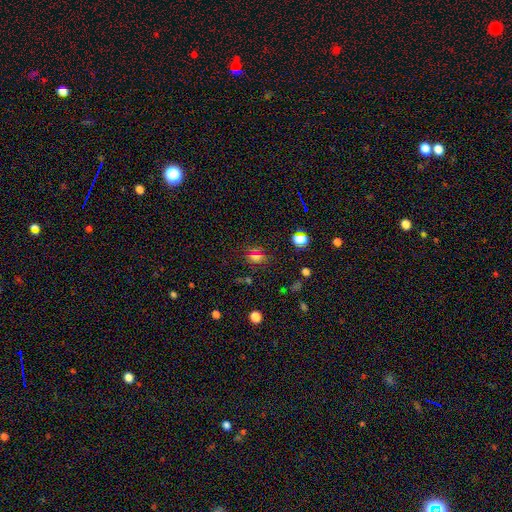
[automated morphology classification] A smooth galaxy with no disk features (55%) that is round (57%).

Vote fractions:
- Smooth or featured? smooth: 55% / star or artifact: 35% / featured or disk: 10%
- How rounded? round: 57% / in between: 40% / cigar-shaped: 3%
- Merging? none: 79% / minor disturbance: 12% / major disturbance: 5% / merger: 4%